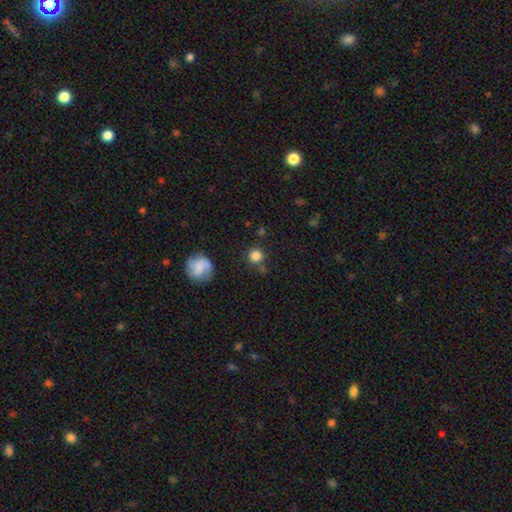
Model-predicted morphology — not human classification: smooth 81%, star or artifact 11%, featured or disk 8%. Down the decision tree: how rounded — round (93%); merging — none (75%).